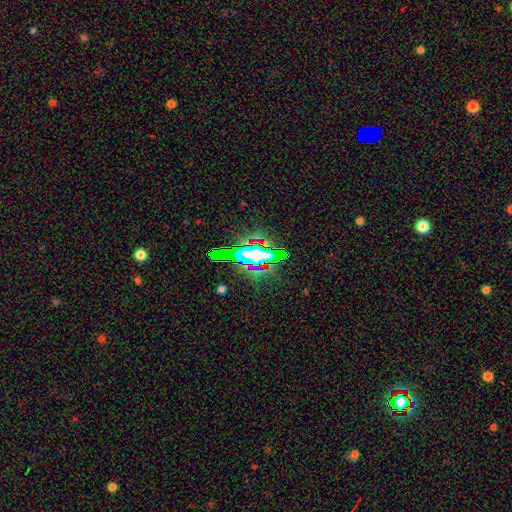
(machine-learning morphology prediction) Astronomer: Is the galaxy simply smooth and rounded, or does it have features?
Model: star or artifact — 52%.